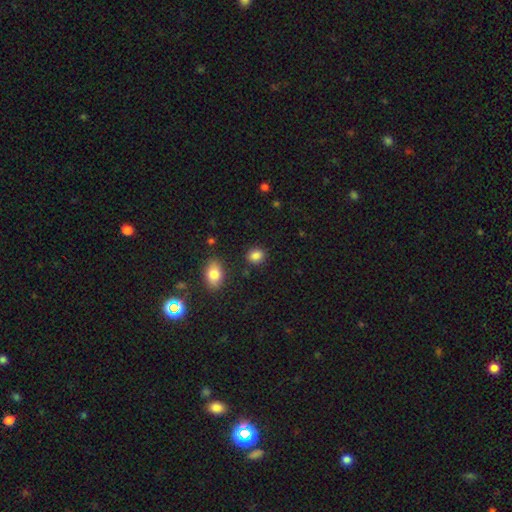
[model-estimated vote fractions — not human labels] Smooth or featured?
  - smooth: 86% *
  - star or artifact: 10%
  - featured or disk: 4%
How rounded?
  - round: 64% *
  - in between: 35%
  - cigar-shaped: 1%
Merging?
  - none: 87% *
  - minor disturbance: 8%
  - merger: 3%
  - major disturbance: 2%